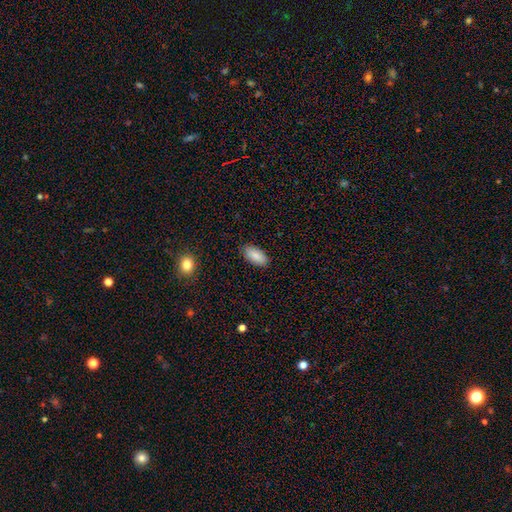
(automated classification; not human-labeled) A smooth galaxy with no disk features (87%) that is in between round and cigar-shaped (92%). Merging: none (87%).